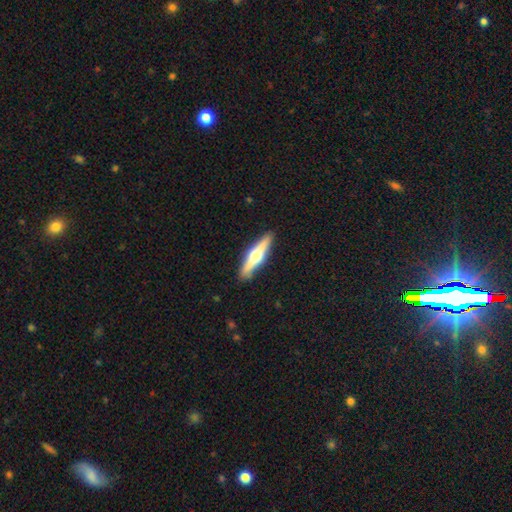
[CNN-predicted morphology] Smooth or featured? Predicted: featured or disk (p=0.67). Edge-on disk? Predicted: yes (p=0.97). Edge-on bulge? Predicted: rounded (p=0.95). Merging? Predicted: none (p=0.90).